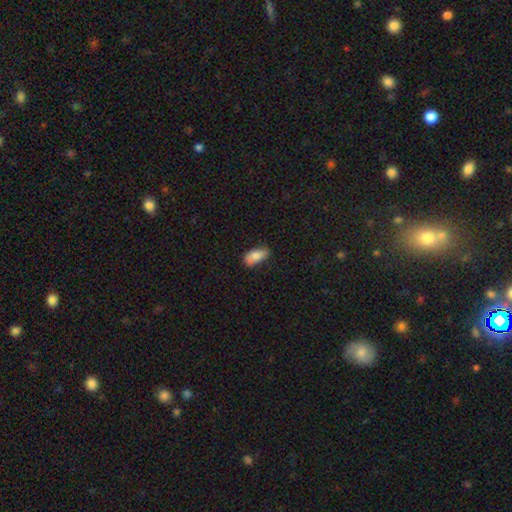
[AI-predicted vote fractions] Smooth or featured? smooth (80%)
How rounded? in between (89%)
Merging? none (68%)